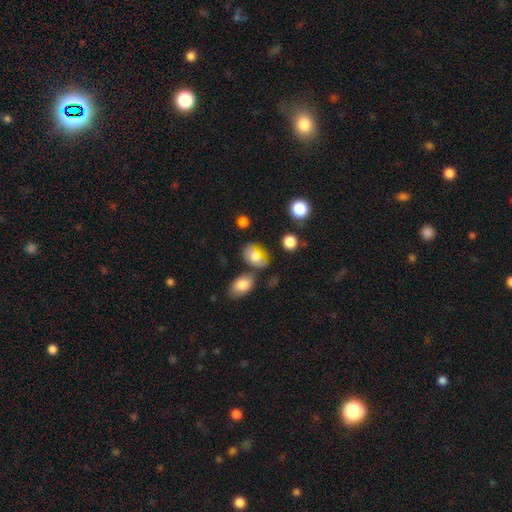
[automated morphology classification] Smooth or featured? smooth (70%)
How rounded? in between (78%)
Merging? none (61%)